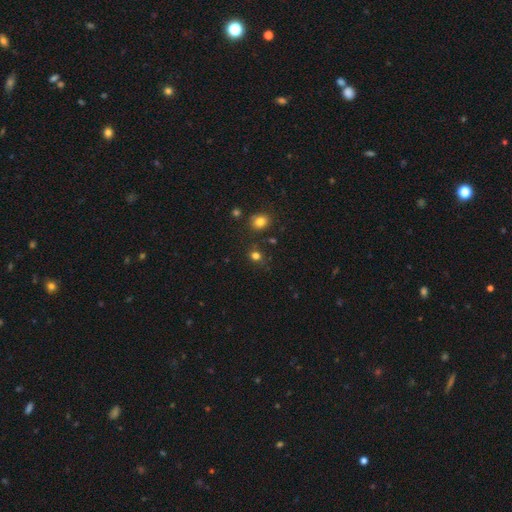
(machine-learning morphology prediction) type=smooth (75%); roundness=round (78%); merging=none (80%).